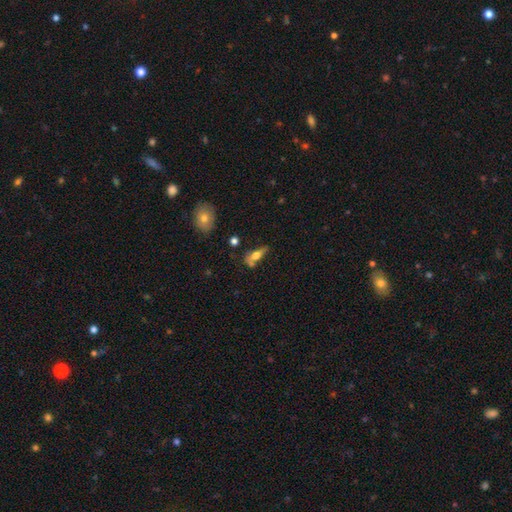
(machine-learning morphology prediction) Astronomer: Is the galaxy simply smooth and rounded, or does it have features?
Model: smooth — 54% (runner-up: featured or disk, 37%).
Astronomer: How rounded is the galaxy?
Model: in between — 61%.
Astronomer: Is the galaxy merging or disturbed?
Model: none — 41% (runner-up: minor disturbance, 23%).